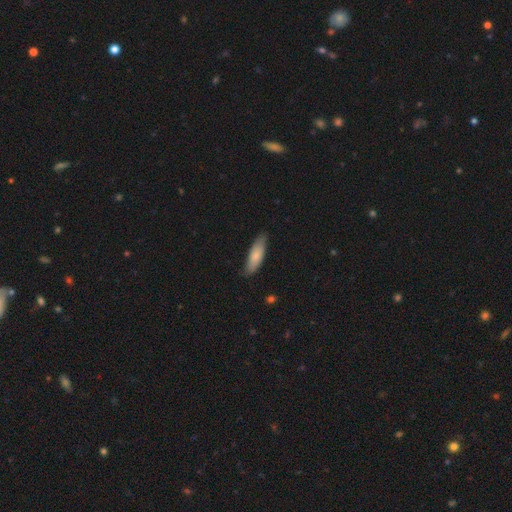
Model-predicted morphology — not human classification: The model was most divided on "how rounded": in between: 51%, cigar-shaped: 47%, round: 2%. More confident: smooth or featured — smooth (78%); merging — none (77%).